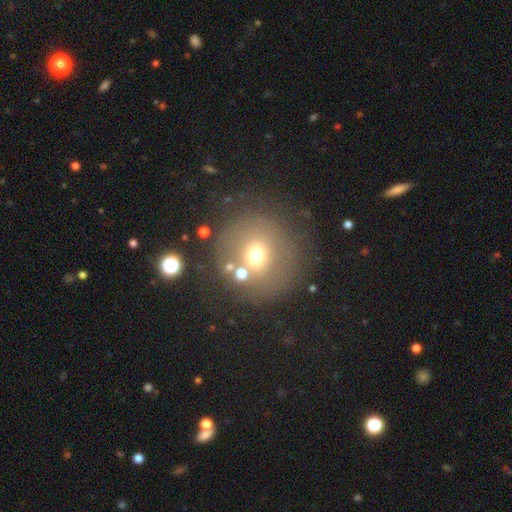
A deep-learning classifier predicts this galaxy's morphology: Overall: smooth (60%; featured or disk 22%). How rounded: round (90%). Merging: none (72%).